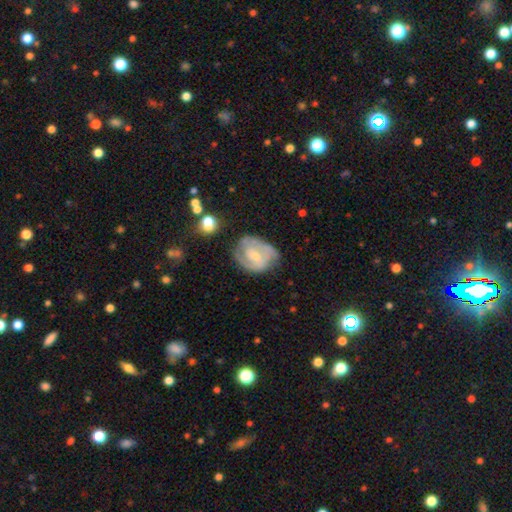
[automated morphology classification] A featured or disk galaxy (71%) with no bar (47%), 2 (55%) tight (51%) spiral arms (83%) and a small central bulge (59%). Merging: none (57%).